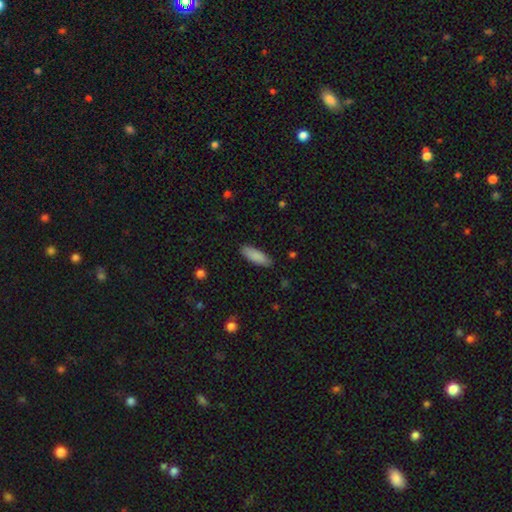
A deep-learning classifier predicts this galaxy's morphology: smooth_or_featured: smooth (p=0.88) [alt: featured or disk p=0.06]
how_rounded: in between (p=0.62) [alt: cigar-shaped p=0.37]
merging: none (p=0.87) [alt: minor disturbance p=0.10]